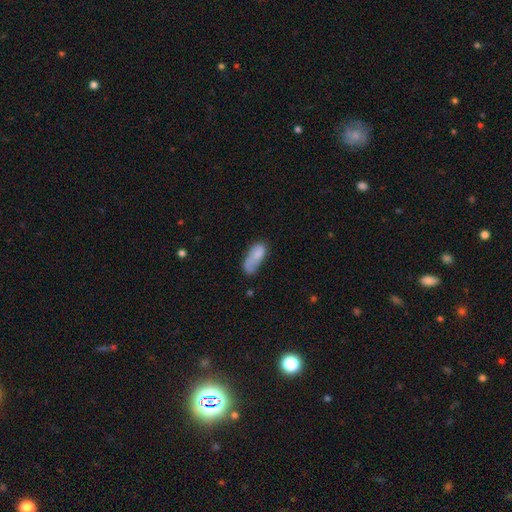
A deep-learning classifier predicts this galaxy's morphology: Overall: smooth (74%). How rounded: in between (84%). Merging: none (36%; minor disturbance 32%).